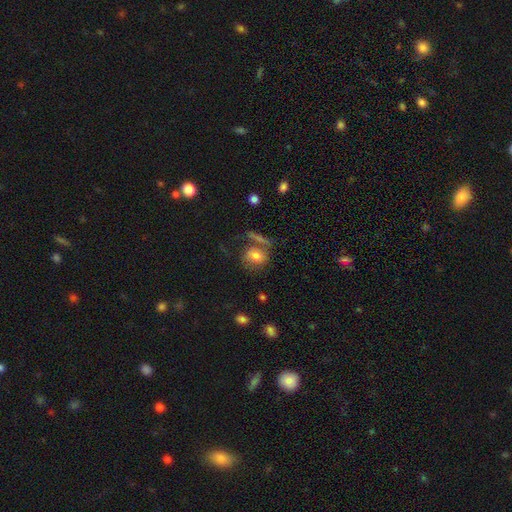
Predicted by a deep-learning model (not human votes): Smooth or featured? Predicted: smooth (p=0.66). How rounded? Predicted: round (p=0.49). Merging? Predicted: none (p=0.50).